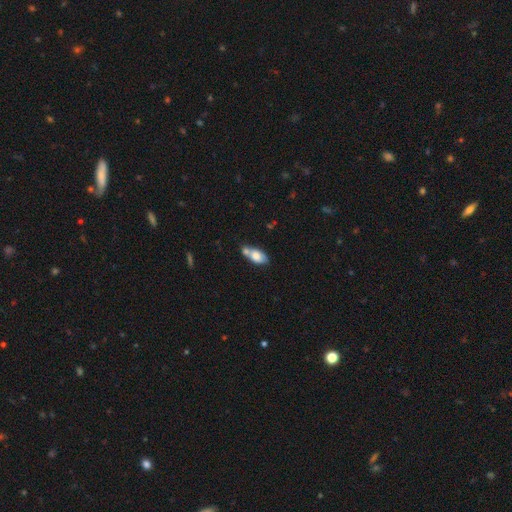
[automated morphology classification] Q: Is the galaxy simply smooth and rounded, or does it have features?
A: smooth — 72%.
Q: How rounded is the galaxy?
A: in between — 88%.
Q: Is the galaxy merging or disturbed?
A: merger — 42%.